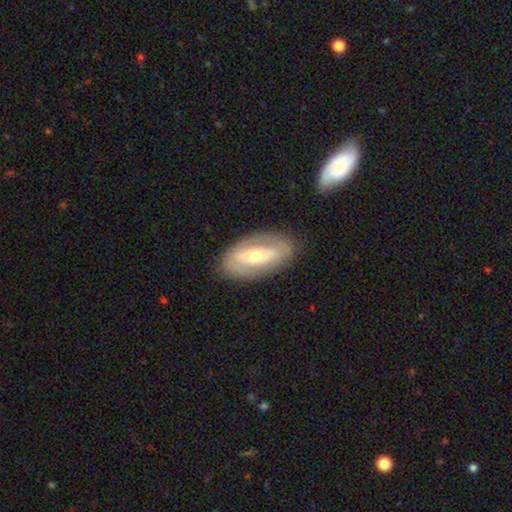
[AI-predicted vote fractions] Smooth or featured: featured or disk — 58% (smooth — 36%)
Edge-on disk: no — 84% (yes — 16%)
Merging: none — 81% (minor disturbance — 13%)